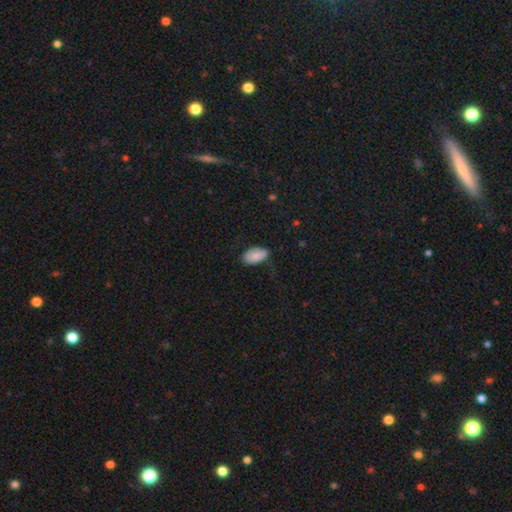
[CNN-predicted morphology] This appears to be a smooth galaxy with no disk features (84%) that is in between round and cigar-shaped (95%). Merging: none (70%).